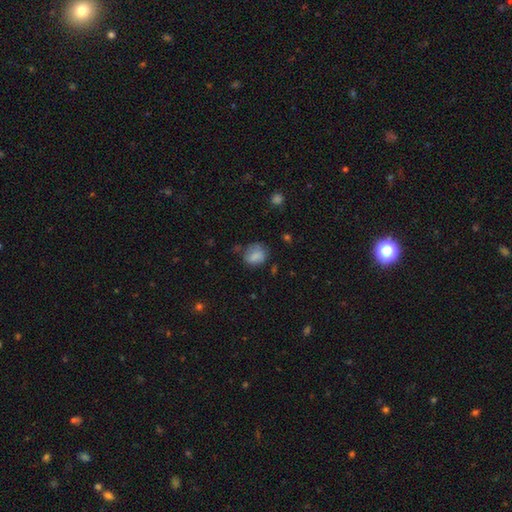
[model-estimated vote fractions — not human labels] A smooth galaxy with no disk features (80%) that is round (57%). Merging: none (60%).